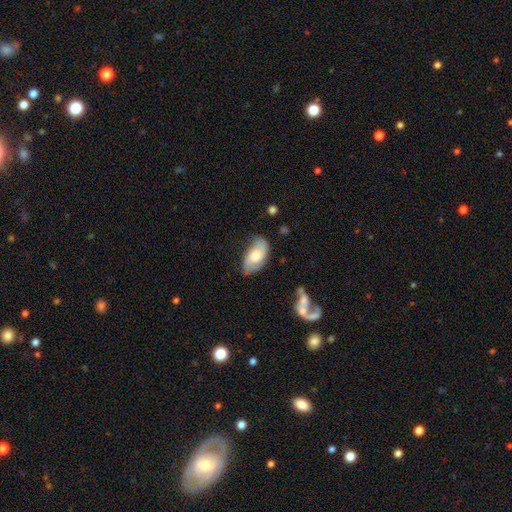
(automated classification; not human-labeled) This is possibly a featured or disk galaxy (48%). Merging: likely none (67%).